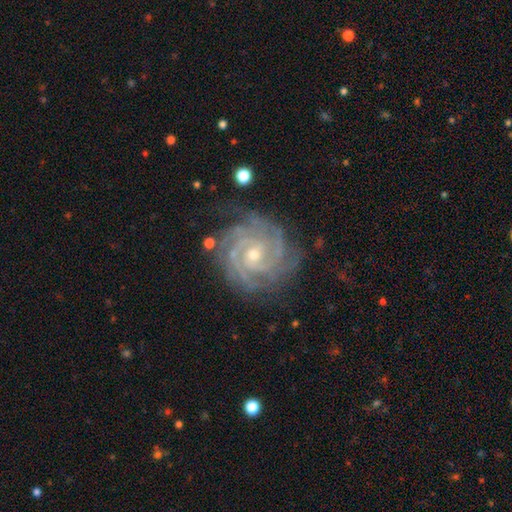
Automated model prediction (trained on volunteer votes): This is clearly a featured or disk galaxy (88%). It is clearly not viewed edge-on (98%). Bar: possibly no (57%). Spiral arm pattern: clearly yes (98%). Spiral arm count: marginally 4 (26%). Spiral winding: clearly tight (80%). Central bulge: possibly small (59%). Merging: clearly none (81%).